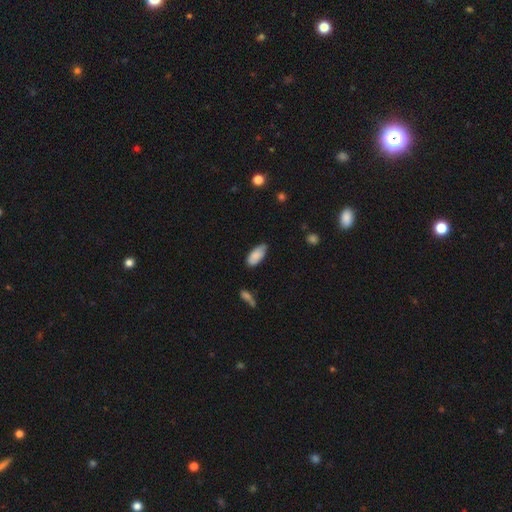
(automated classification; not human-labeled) A smooth galaxy with no disk features (87%) that is in between round and cigar-shaped (89%).

Vote fractions:
- Smooth or featured? smooth: 87% / featured or disk: 7% / star or artifact: 6%
- How rounded? in between: 89% / cigar-shaped: 10% / round: 2%
- Merging? none: 68% / minor disturbance: 26% / major disturbance: 4% / merger: 2%